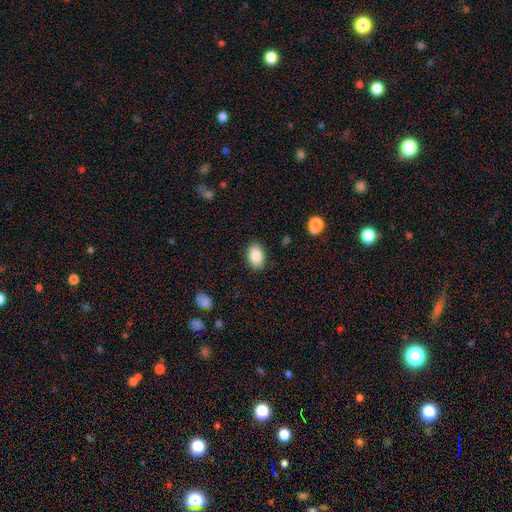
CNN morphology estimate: A smooth galaxy with no disk features (87%) that is in between round and cigar-shaped (89%).

Vote fractions:
- Smooth or featured? smooth: 87% / star or artifact: 8% / featured or disk: 6%
- How rounded? in between: 89% / round: 10% / cigar-shaped: 1%
- Merging? none: 88% / minor disturbance: 9% / major disturbance: 2% / merger: 1%